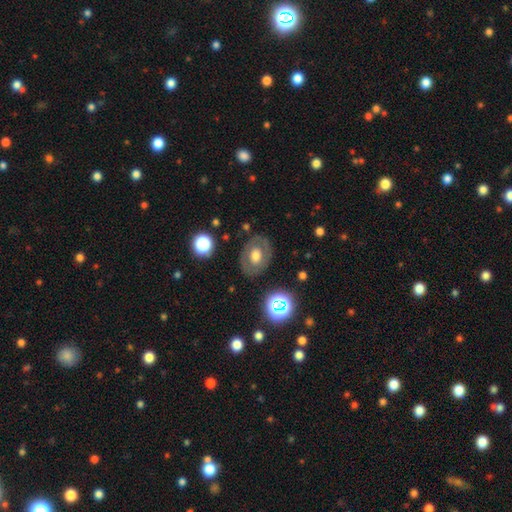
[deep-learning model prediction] This is possibly a smooth galaxy (47%). Merging: clearly none (80%).